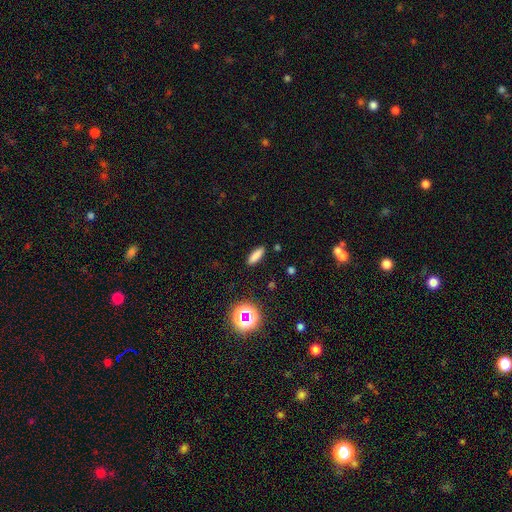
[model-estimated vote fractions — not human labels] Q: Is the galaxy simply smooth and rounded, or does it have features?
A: smooth — 81%.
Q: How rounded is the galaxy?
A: cigar-shaped — 51%.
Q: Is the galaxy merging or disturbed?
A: none — 89%.